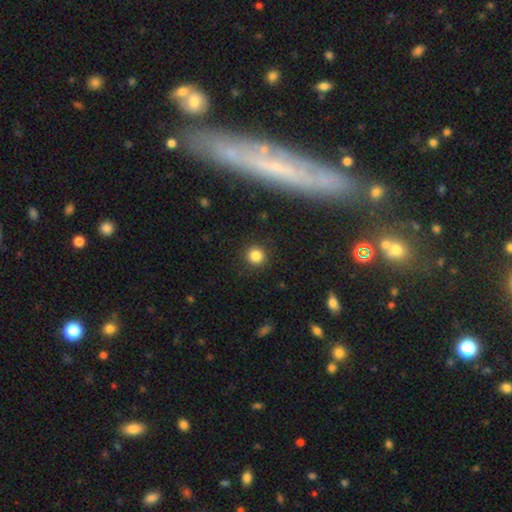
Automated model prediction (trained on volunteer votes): The model was most divided on "smooth or featured": smooth: 82%, star or artifact: 13%, featured or disk: 5%. More confident: how rounded — round (93%); merging — none (91%).